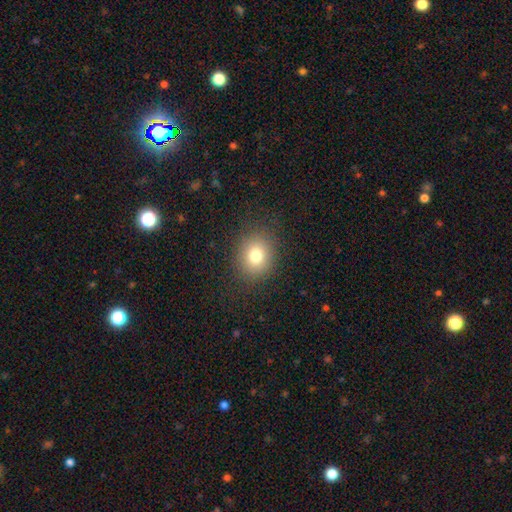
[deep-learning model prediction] A smooth galaxy with no disk features (78%) that is round (65%). Merging: none (86%).